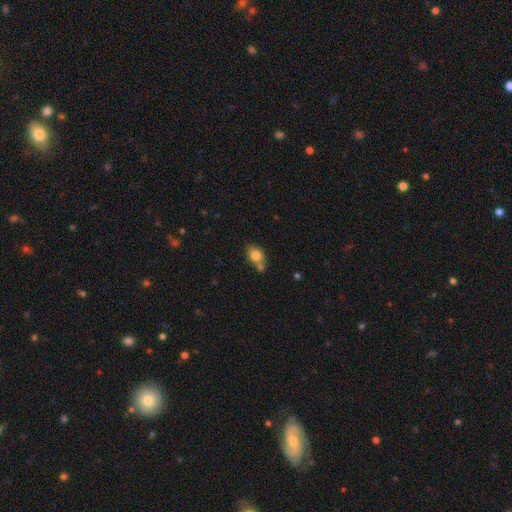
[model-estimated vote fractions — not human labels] smooth_or_featured: smooth (p=0.77) [alt: featured or disk p=0.14]
how_rounded: in between (p=0.67) [alt: round p=0.31]
merging: none (p=0.49) [alt: merger p=0.29]